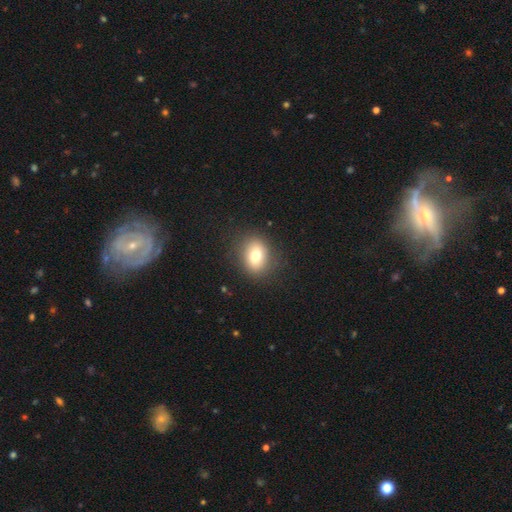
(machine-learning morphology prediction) Smooth or featured?
  - smooth: 73% *
  - featured or disk: 16%
  - star or artifact: 11%
How rounded?
  - in between: 56% *
  - round: 43%
  - cigar-shaped: 1%
Merging?
  - none: 85% *
  - minor disturbance: 10%
  - major disturbance: 4%
  - merger: 1%